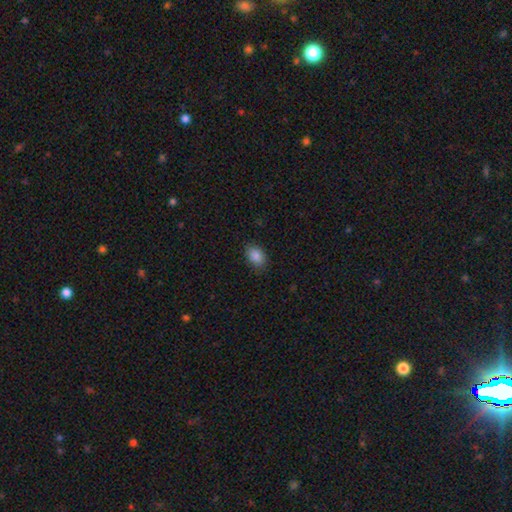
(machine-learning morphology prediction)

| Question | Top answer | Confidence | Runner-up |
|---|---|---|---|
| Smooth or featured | smooth | 87% | star or artifact (8%) |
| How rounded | in between | 81% | round (18%) |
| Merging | none | 81% | minor disturbance (15%) |